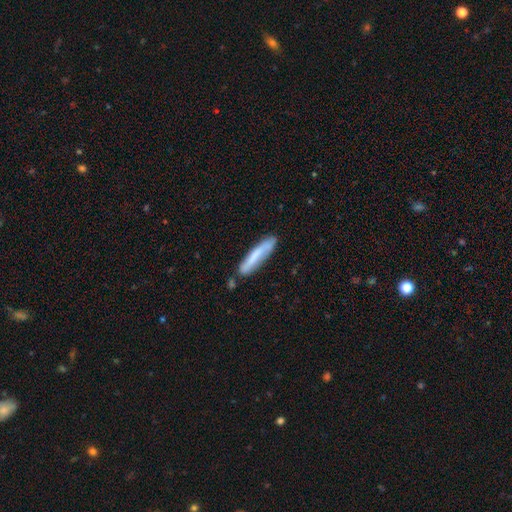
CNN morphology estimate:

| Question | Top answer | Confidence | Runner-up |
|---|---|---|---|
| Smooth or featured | smooth | 67% | featured or disk (27%) |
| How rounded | cigar-shaped | 88% | in between (11%) |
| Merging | none | 74% | minor disturbance (17%) |